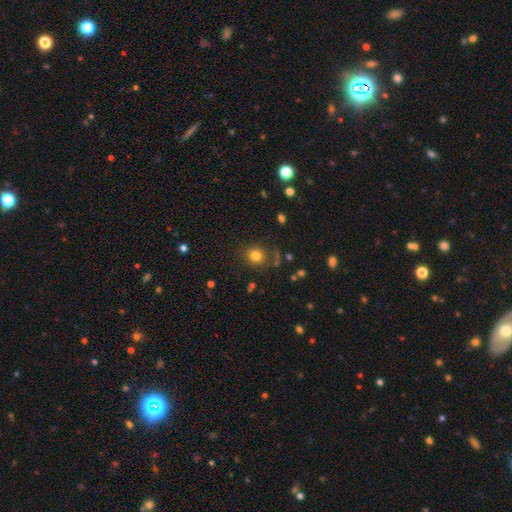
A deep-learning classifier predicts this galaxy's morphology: This appears to be a smooth galaxy with no disk features (80%) that is round (84%). Merging: none (80%).